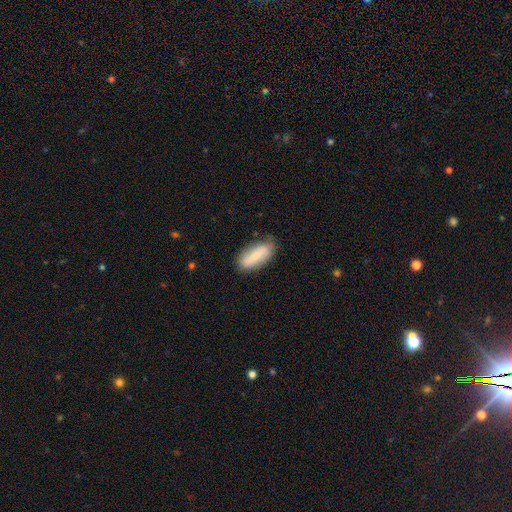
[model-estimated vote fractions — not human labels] smooth_or_featured: smooth (p=0.72) [alt: featured or disk p=0.21]
how_rounded: in between (p=0.78) [alt: cigar-shaped p=0.20]
merging: none (p=0.76) [alt: minor disturbance p=0.19]